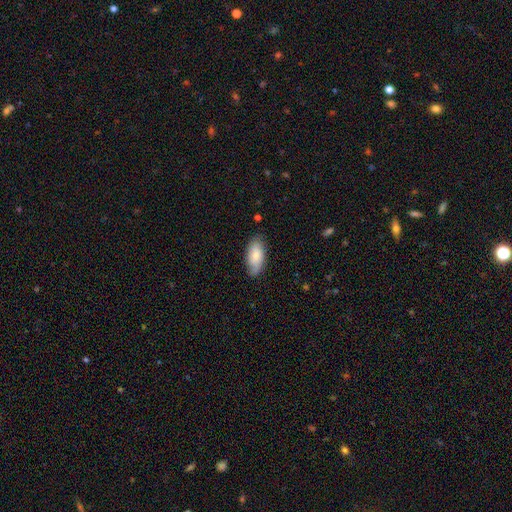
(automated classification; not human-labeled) Smooth or featured?
  - smooth: 70% *
  - featured or disk: 24%
  - star or artifact: 6%
How rounded?
  - in between: 91% *
  - cigar-shaped: 7%
  - round: 2%
Merging?
  - none: 76% *
  - minor disturbance: 19%
  - major disturbance: 4%
  - merger: 1%